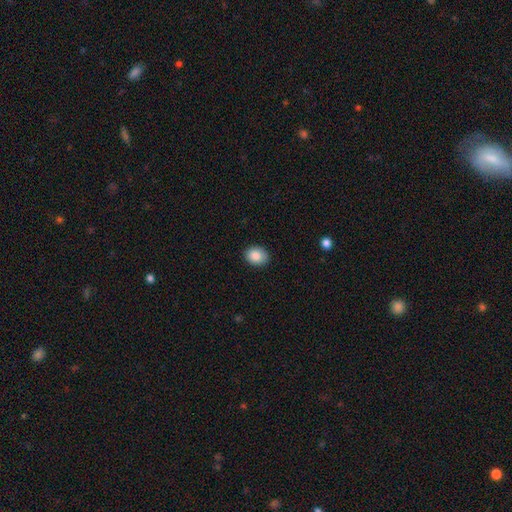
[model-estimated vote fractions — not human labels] Q: Smooth or featured?
A: smooth (88%); runner-up: star or artifact (8%)
Q: How rounded?
A: in between (58%); runner-up: round (41%)
Q: Merging?
A: none (87%); runner-up: minor disturbance (10%)